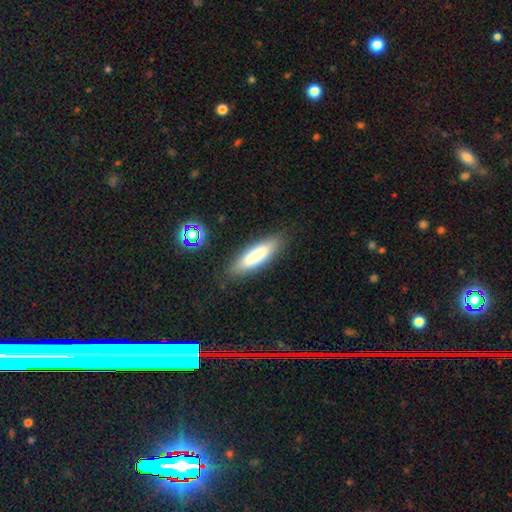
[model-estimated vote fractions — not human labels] Smooth or featured: smooth — 75% (featured or disk — 18%)
How rounded: cigar-shaped — 54% (in between — 44%)
Merging: none — 84% (minor disturbance — 11%)